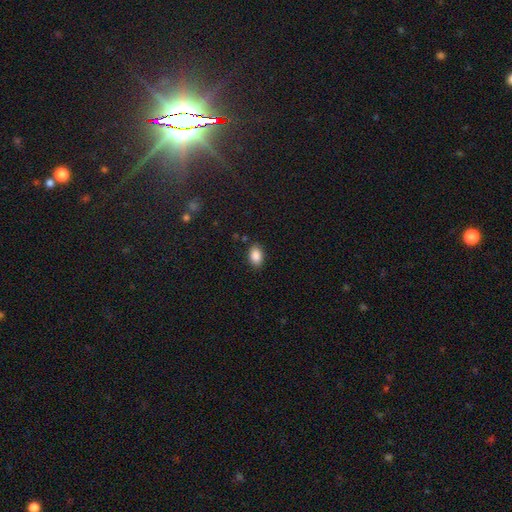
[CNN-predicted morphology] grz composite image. It shows a smooth galaxy with no disk features (88%) that is in between round and cigar-shaped (86%). Merging: none (86%).